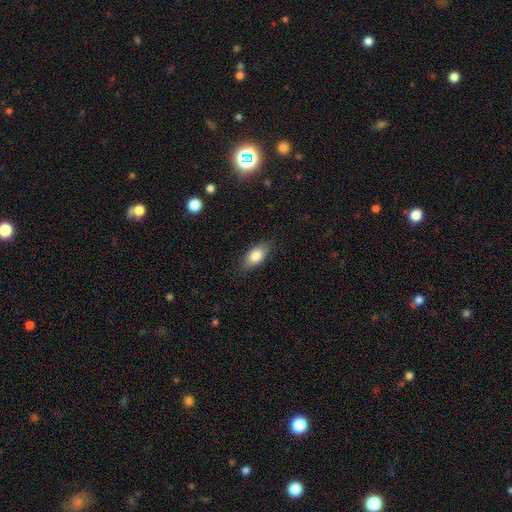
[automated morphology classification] A smooth galaxy with no disk features (81%) that is in between round and cigar-shaped (87%). Merging: none (81%).